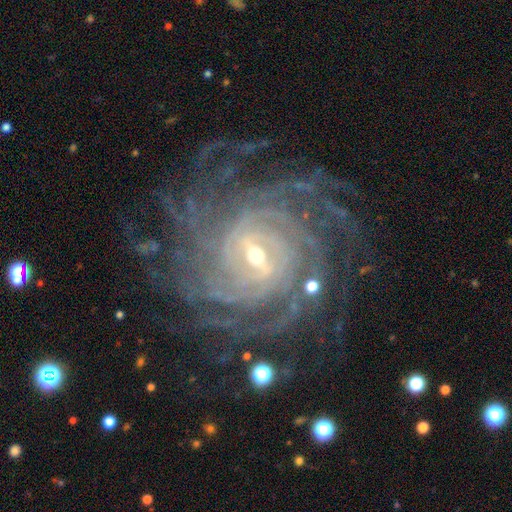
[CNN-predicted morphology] Smooth or featured? featured or disk (92%)
Edge-on disk? no (97%)
Bar? weak (47%)
Spiral arms? yes (98%)
Spiral winding? tight (80%)
Spiral arm count? more than 4 (42%)
Bulge size? small (63%)
Merging? none (80%)